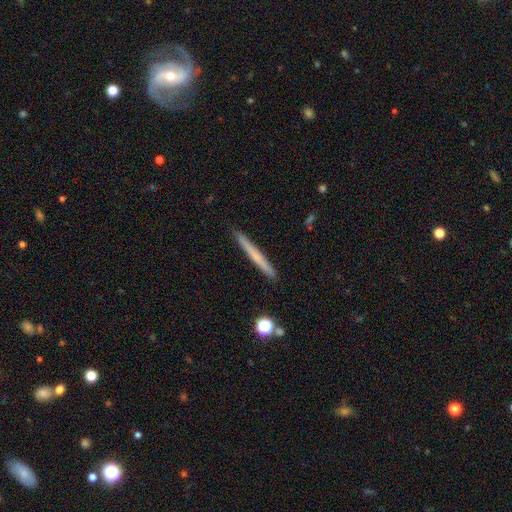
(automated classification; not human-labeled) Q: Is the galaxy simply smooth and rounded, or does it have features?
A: smooth — 55%.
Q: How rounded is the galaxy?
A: cigar-shaped — 97%.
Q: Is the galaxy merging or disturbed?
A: none — 91%.